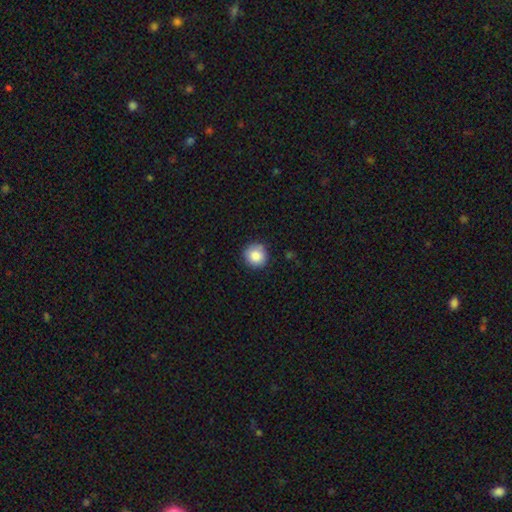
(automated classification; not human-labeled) Smooth or featured?
  - smooth: 86% *
  - star or artifact: 9%
  - featured or disk: 5%
How rounded?
  - round: 92% *
  - in between: 7%
  - cigar-shaped: 1%
Merging?
  - none: 84% *
  - minor disturbance: 11%
  - major disturbance: 2%
  - merger: 2%